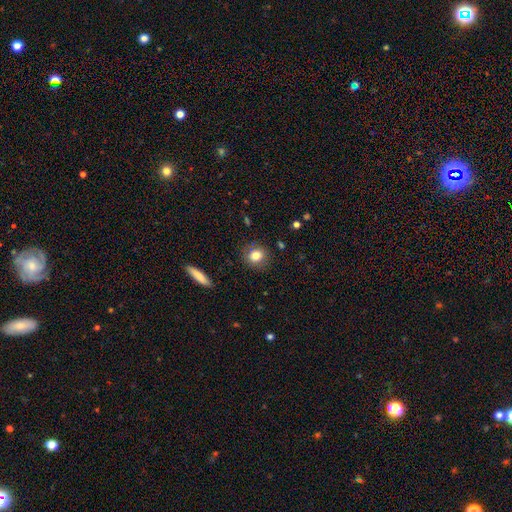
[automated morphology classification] Overall: smooth (80%). How rounded: round (74%). Merging: none (86%).